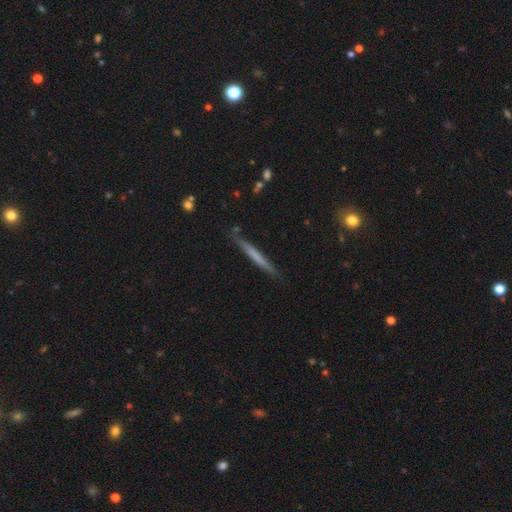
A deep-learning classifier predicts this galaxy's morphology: The model was most divided on "smooth or featured": smooth: 53%, featured or disk: 41%, star or artifact: 6%. More confident: how rounded — cigar-shaped (97%); merging — none (87%).